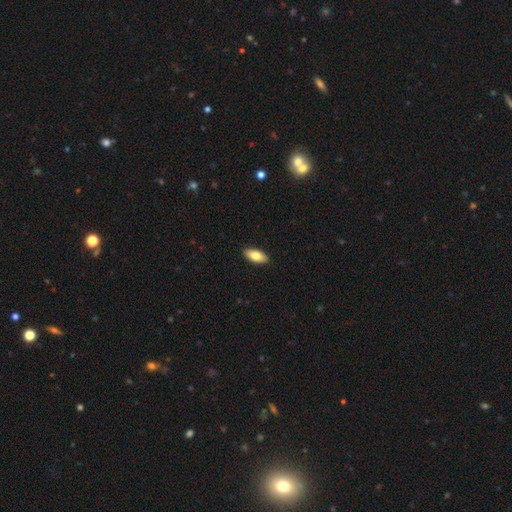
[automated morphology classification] type=smooth (81%); roundness=in between (88%); merging=none (90%).